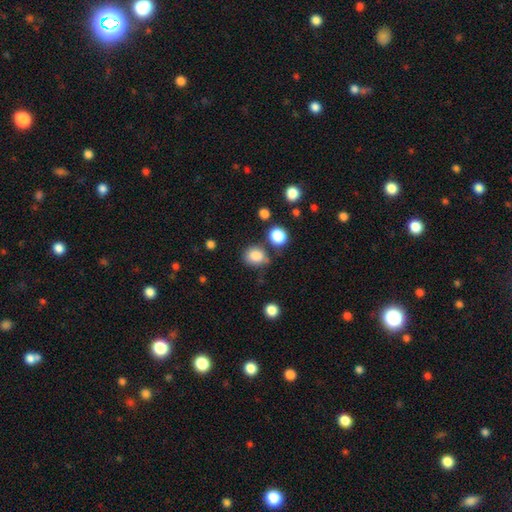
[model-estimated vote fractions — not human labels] Smooth or featured?
  - smooth: 84% *
  - star or artifact: 10%
  - featured or disk: 6%
How rounded?
  - round: 65% *
  - in between: 34%
  - cigar-shaped: 1%
Merging?
  - none: 68% *
  - minor disturbance: 17%
  - merger: 10%
  - major disturbance: 5%